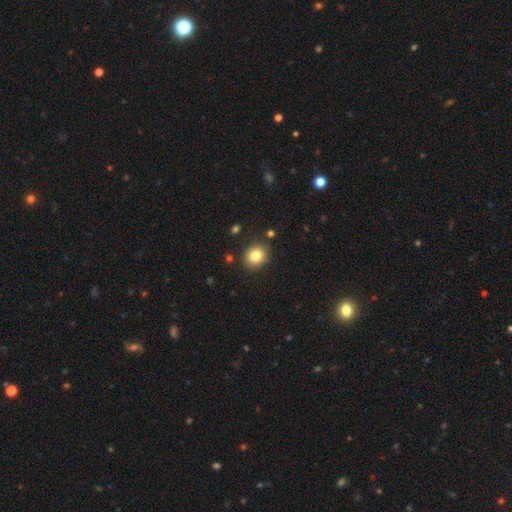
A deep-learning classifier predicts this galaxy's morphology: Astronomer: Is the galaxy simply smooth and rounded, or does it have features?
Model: smooth — 83%.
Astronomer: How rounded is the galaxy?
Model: round — 72%.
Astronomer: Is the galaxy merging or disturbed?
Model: none — 86%.